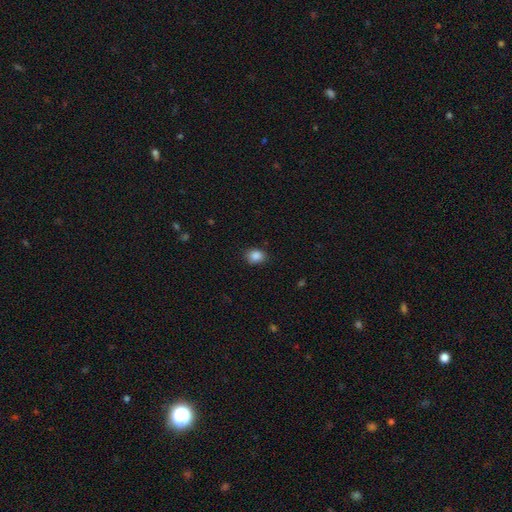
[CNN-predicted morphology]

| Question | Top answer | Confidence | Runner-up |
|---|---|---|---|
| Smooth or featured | smooth | 87% | star or artifact (9%) |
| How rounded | in between | 53% | round (46%) |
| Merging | none | 85% | minor disturbance (11%) |